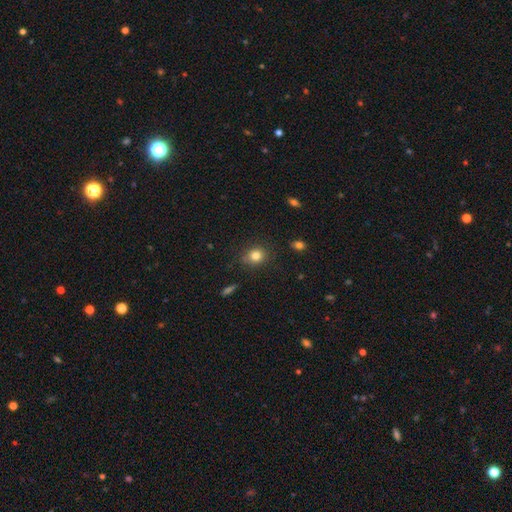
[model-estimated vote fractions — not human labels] smooth 82%, star or artifact 12%, featured or disk 7%. Down the decision tree: how rounded — round (72%); merging — none (83%).